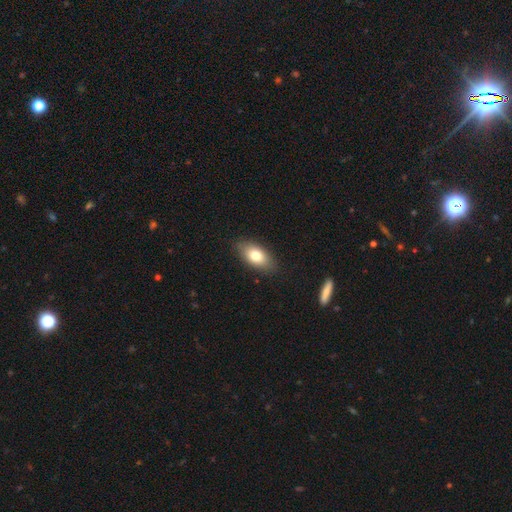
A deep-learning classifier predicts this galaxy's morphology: smooth_or_featured: smooth (p=0.77) [alt: featured or disk p=0.15]
how_rounded: in between (p=0.89) [alt: round p=0.06]
merging: none (p=0.84) [alt: minor disturbance p=0.12]